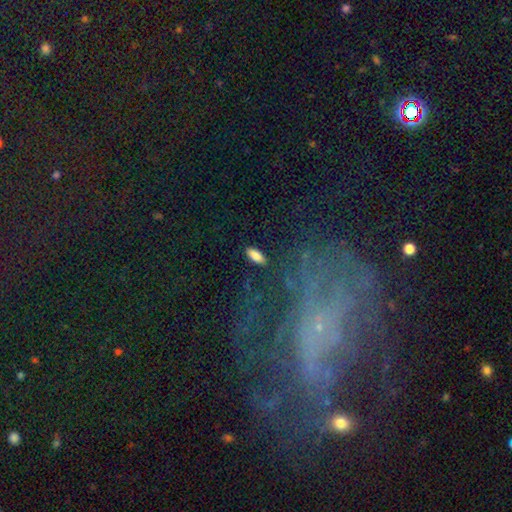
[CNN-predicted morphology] A smooth galaxy with no disk features (85%) that is in between round and cigar-shaped (81%). Merging: none (87%).